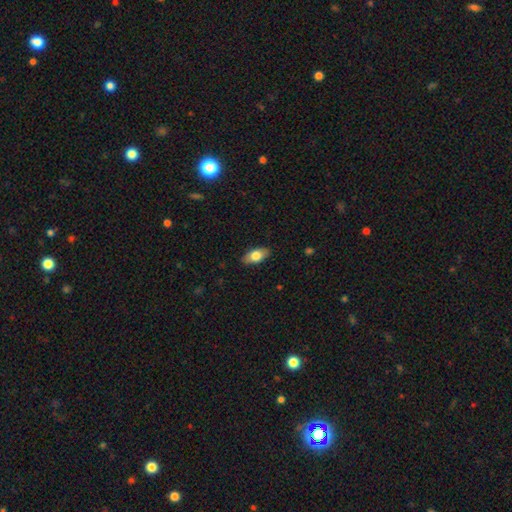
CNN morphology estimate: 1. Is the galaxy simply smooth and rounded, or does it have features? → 77% smooth, 16% featured or disk, 7% star or artifact.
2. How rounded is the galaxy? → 90% in between, 6% cigar-shaped, 4% round.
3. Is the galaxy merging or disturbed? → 88% none, 10% minor disturbance, 2% major disturbance, 1% merger.